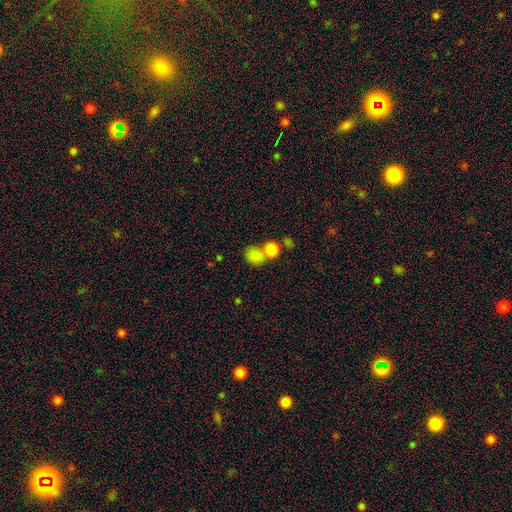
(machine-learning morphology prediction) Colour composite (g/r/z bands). It shows a smooth galaxy with no disk features (81%) that is round (67%). Merging: merger (45%).